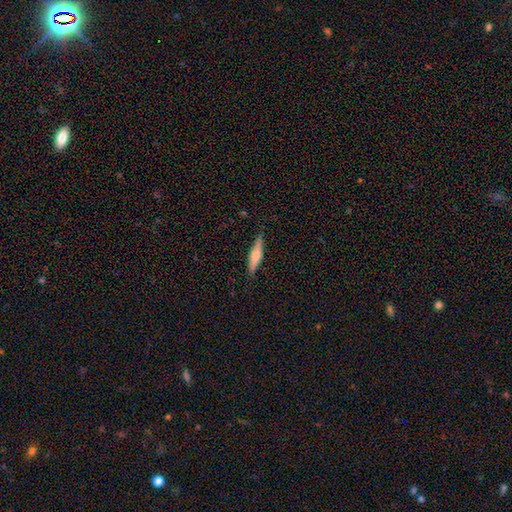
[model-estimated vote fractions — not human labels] A smooth galaxy with no disk features (50%). Merging: none (85%).